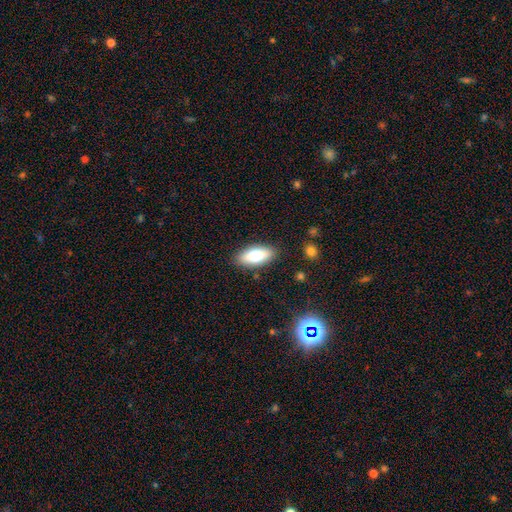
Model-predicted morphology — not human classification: Q: Smooth or featured?
A: smooth (72%); runner-up: featured or disk (21%)
Q: How rounded?
A: in between (83%); runner-up: cigar-shaped (14%)
Q: Merging?
A: none (86%); runner-up: minor disturbance (10%)